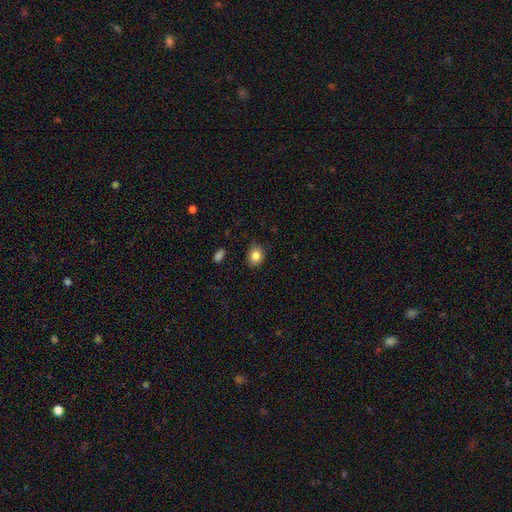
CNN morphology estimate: The model was most divided on "how rounded": round: 50%, in between: 49%, cigar-shaped: 1%. More confident: merging — none (84%); smooth or featured — smooth (83%).